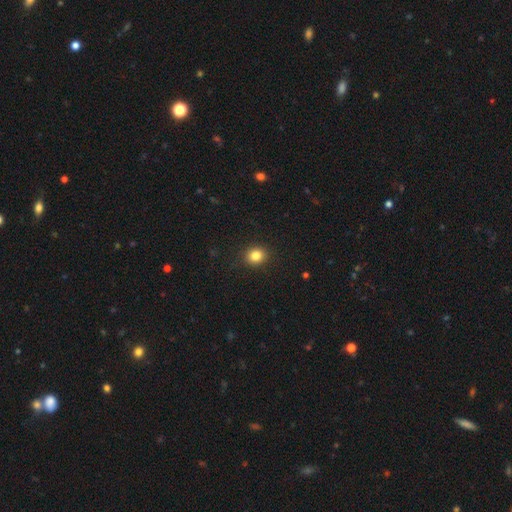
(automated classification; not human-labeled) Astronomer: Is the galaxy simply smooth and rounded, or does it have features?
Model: smooth — 84%.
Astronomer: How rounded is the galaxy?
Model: round — 72%.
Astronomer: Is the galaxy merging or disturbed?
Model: none — 90%.